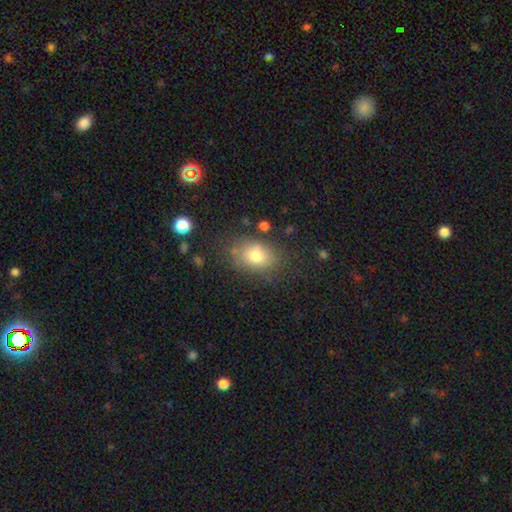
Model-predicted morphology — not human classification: smooth-or-featured: smooth: 77% | featured or disk: 13% | star or artifact: 11%
  how-rounded: in between: 74% | round: 25% | cigar-shaped: 1%
  merging: none: 73% | minor disturbance: 17% | major disturbance: 6% | merger: 4%